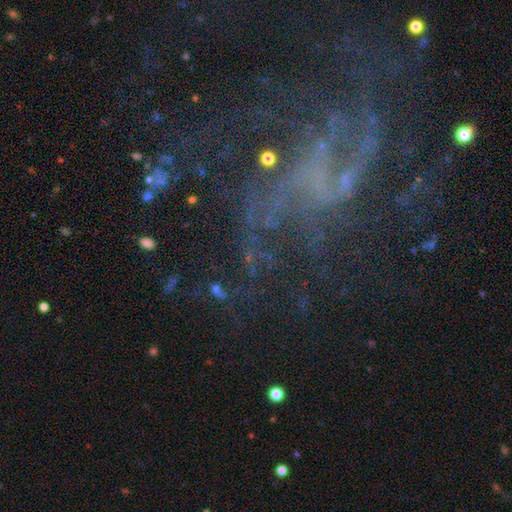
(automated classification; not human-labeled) Smooth or featured? Predicted: featured or disk (p=0.66). Edge-on disk? Predicted: no (p=0.97). Bar? Predicted: no (p=0.49). Spiral arms? Predicted: yes (p=0.79). Spiral winding? Predicted: loose (p=0.52). Spiral arm count? Predicted: can't tell (p=0.27). Bulge size? Predicted: none (p=0.51). Merging? Predicted: none (p=0.50).